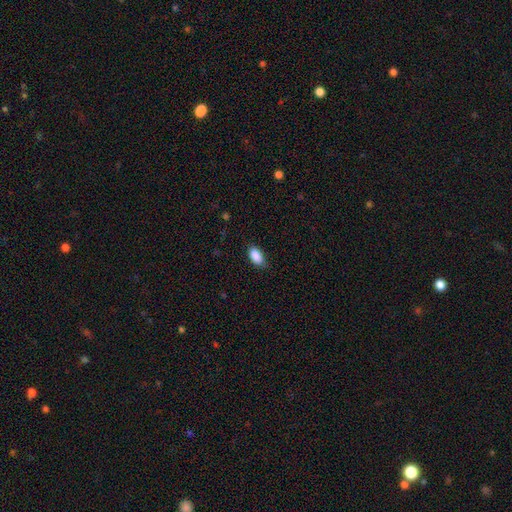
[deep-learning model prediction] A smooth galaxy with no disk features (90%) that is in between round and cigar-shaped (93%). Merging: none (78%).